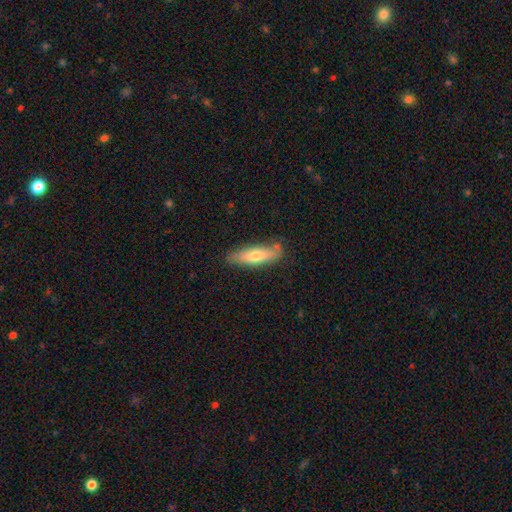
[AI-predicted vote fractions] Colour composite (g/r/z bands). It shows a smooth galaxy with no disk features (64%) that is cigar-shaped (65%). Merging: none (78%).